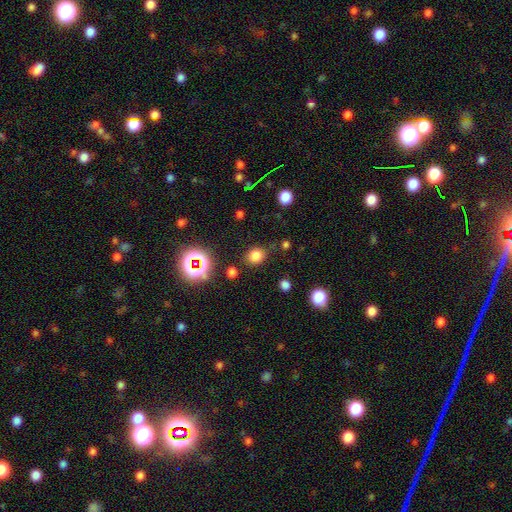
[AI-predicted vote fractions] smooth_or_featured: smooth (p=0.76) [alt: star or artifact p=0.18]
how_rounded: round (p=0.68) [alt: in between p=0.31]
merging: none (p=0.82) [alt: minor disturbance p=0.11]